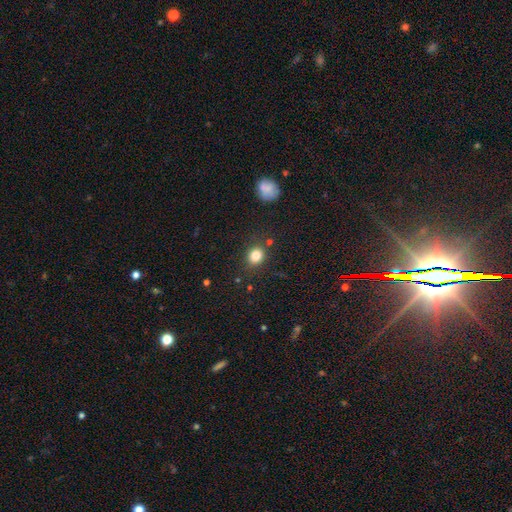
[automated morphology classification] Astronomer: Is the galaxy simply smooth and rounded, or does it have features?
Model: smooth — 83%.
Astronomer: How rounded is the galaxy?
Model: round — 64%.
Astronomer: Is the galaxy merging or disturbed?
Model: none — 82%.